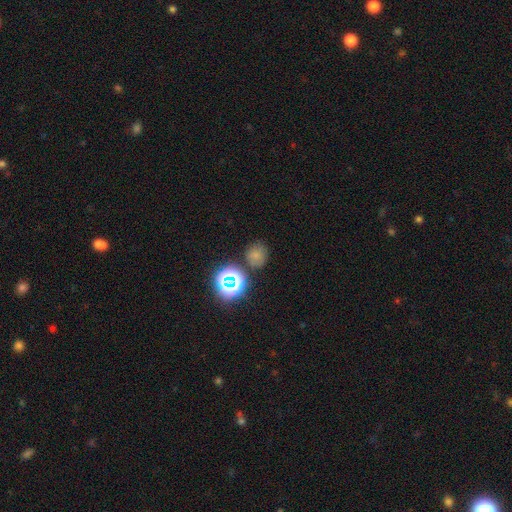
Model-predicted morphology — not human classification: type=smooth (66%); roundness=round (82%); merging=none (75%).